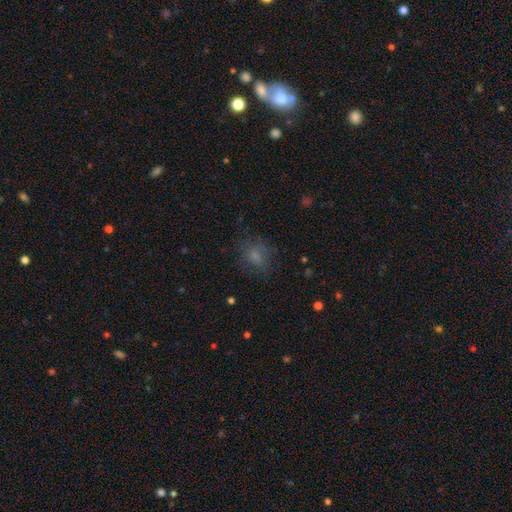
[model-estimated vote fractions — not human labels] Q: Smooth or featured?
A: smooth (70%); runner-up: star or artifact (15%)
Q: How rounded?
A: round (53%); runner-up: in between (46%)
Q: Merging?
A: none (68%); runner-up: minor disturbance (18%)